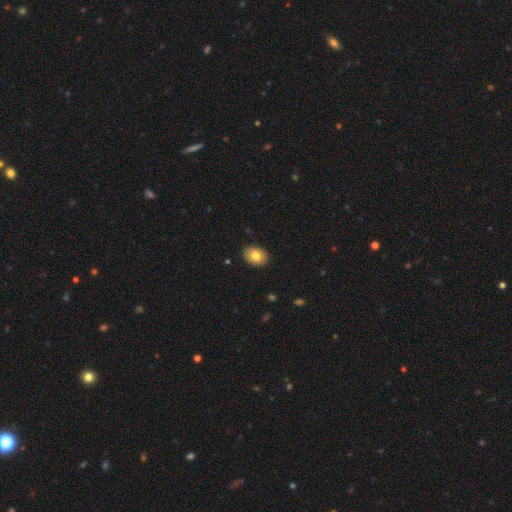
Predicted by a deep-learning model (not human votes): Q: Smooth or featured?
A: smooth (81%); runner-up: featured or disk (12%)
Q: How rounded?
A: in between (74%); runner-up: round (25%)
Q: Merging?
A: none (89%); runner-up: minor disturbance (8%)